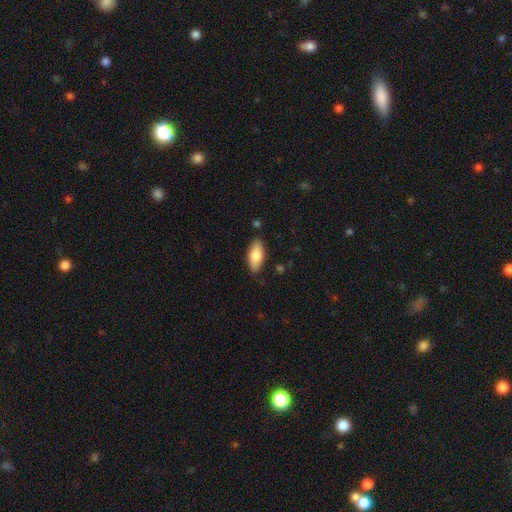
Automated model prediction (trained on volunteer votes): Smooth or featured: smooth — 76% (featured or disk — 18%)
How rounded: in between — 84% (cigar-shaped — 13%)
Merging: none — 82% (minor disturbance — 14%)